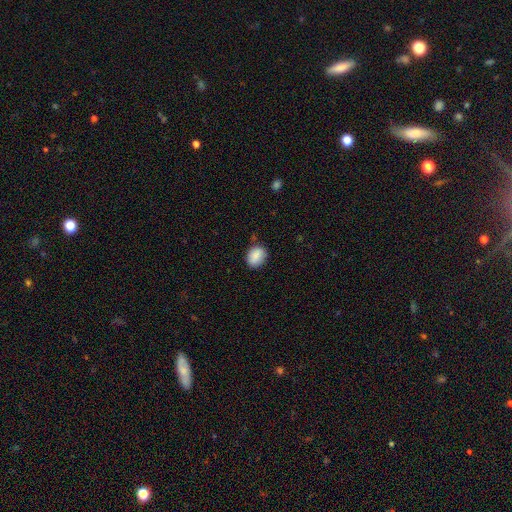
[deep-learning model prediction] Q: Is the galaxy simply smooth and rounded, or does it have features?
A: smooth — 88%.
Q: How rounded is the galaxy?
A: in between — 61%.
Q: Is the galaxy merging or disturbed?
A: none — 78%.